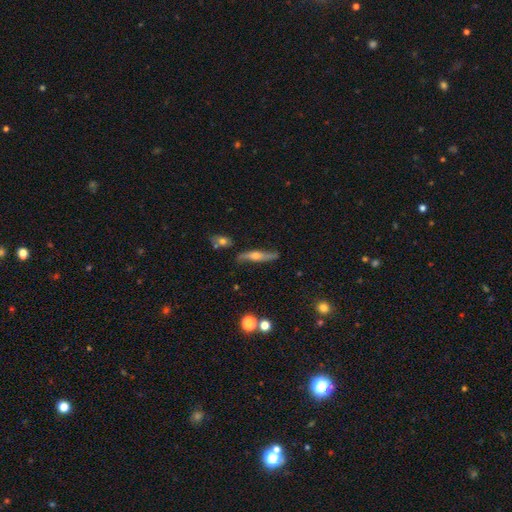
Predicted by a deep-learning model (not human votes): Smooth or featured? featured or disk (66%)
Edge-on disk? yes (71%)
Merging? none (72%)